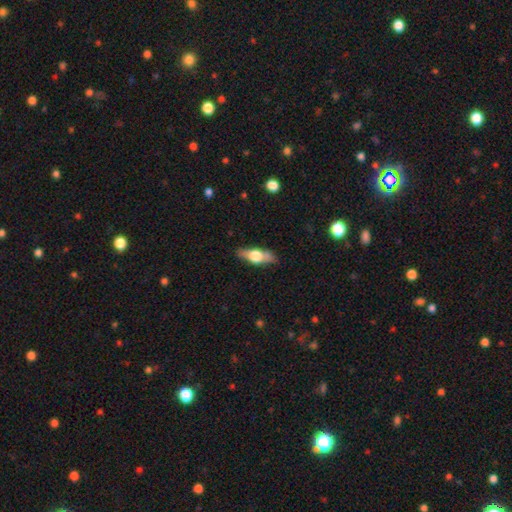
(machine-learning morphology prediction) This is possibly a featured or disk galaxy (50%). Merging: likely none (79%).